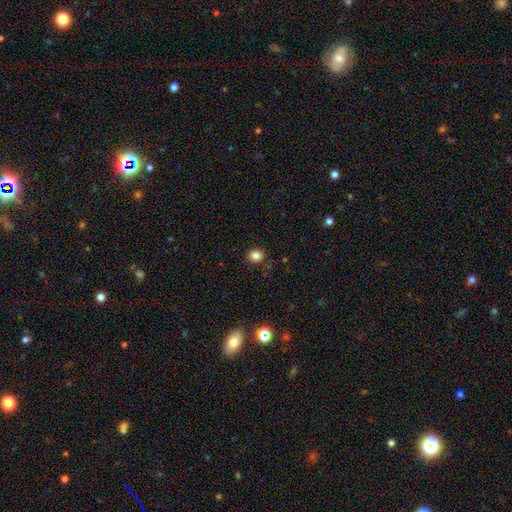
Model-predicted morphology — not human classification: This appears to be a smooth galaxy with no disk features (83%) that is round (80%). Merging: none (85%).